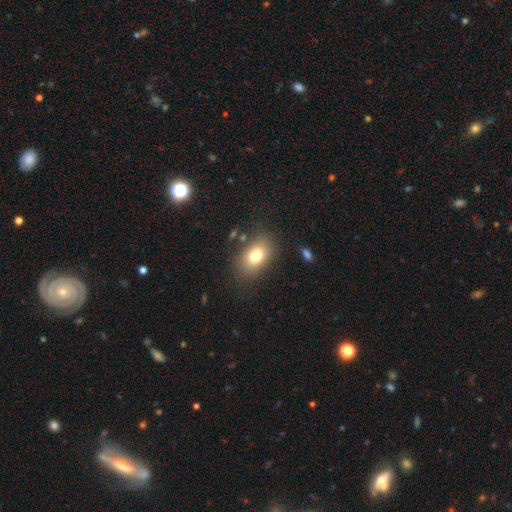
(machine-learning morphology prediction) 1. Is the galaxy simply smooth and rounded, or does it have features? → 77% smooth, 13% featured or disk, 10% star or artifact.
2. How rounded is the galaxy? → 82% in between, 17% round, 1% cigar-shaped.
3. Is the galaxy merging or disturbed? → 80% none, 12% minor disturbance, 5% major disturbance, 3% merger.